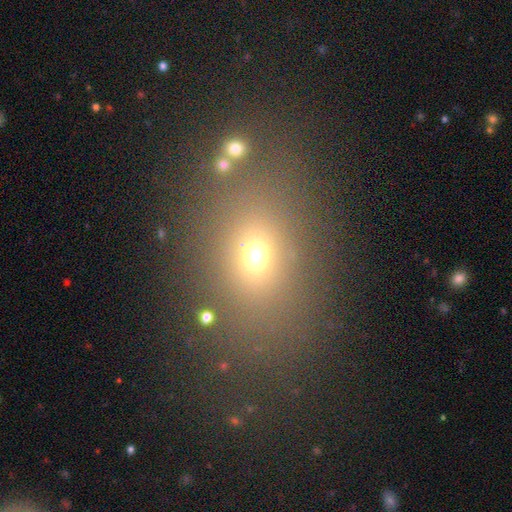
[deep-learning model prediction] This is likely a smooth galaxy (65%). How rounded: likely in between (62%). Merging: likely none (78%).